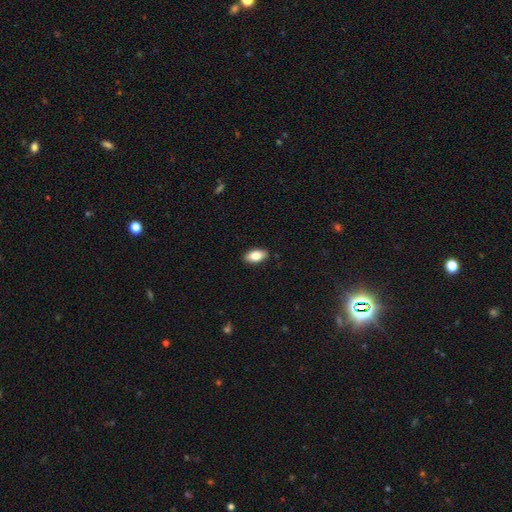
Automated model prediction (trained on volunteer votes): smooth 82%, featured or disk 11%, star or artifact 7%. Down the decision tree: how rounded — in between (91%); merging — none (89%).